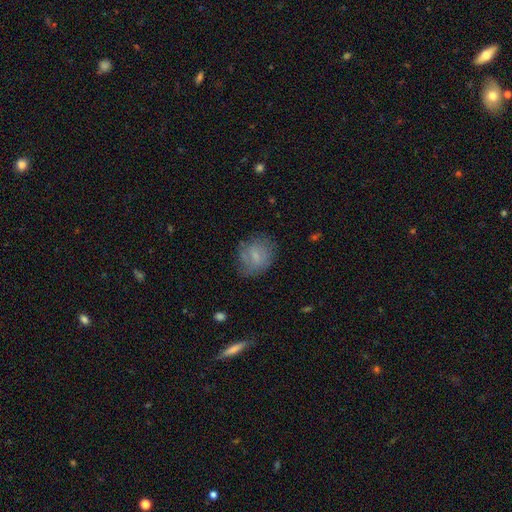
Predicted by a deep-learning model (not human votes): Smooth or featured?
  - smooth: 62% *
  - featured or disk: 29%
  - star or artifact: 9%
How rounded?
  - round: 63% *
  - in between: 36%
  - cigar-shaped: 1%
Merging?
  - none: 67% *
  - minor disturbance: 22%
  - major disturbance: 9%
  - merger: 2%